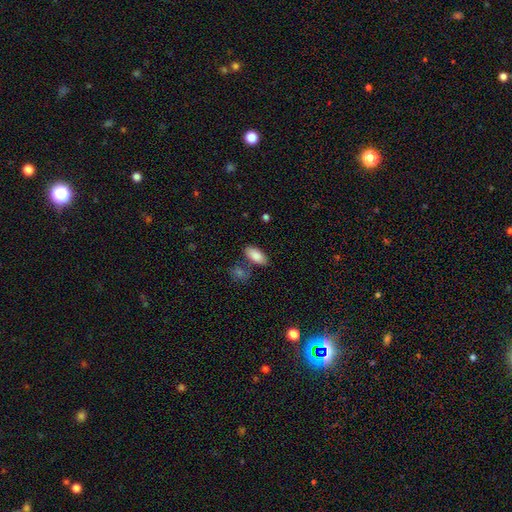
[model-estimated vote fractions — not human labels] Overall: smooth (86%). How rounded: in between (90%). Merging: none (69%).